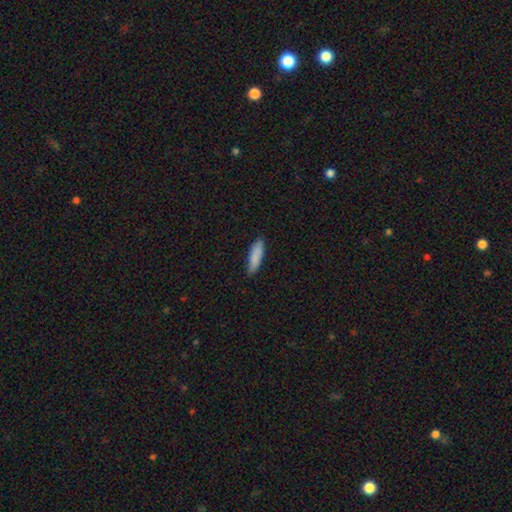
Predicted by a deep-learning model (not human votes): A smooth galaxy with no disk features (87%) that is cigar-shaped (55%).

Vote fractions:
- Smooth or featured? smooth: 87% / featured or disk: 7% / star or artifact: 6%
- How rounded? cigar-shaped: 55% / in between: 43% / round: 2%
- Merging? none: 85% / minor disturbance: 12% / major disturbance: 2% / merger: 1%